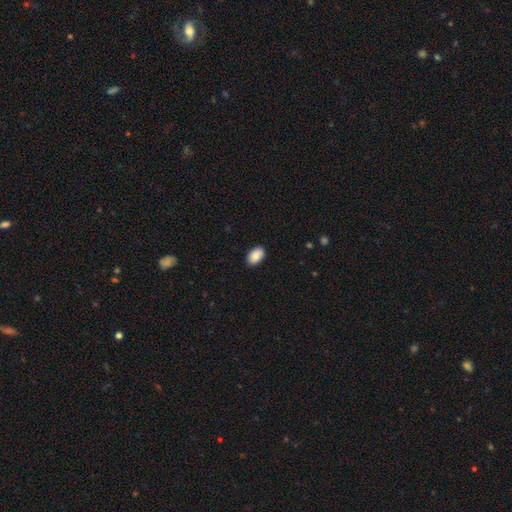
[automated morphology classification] Smooth or featured: smooth — 85% (featured or disk — 8%)
How rounded: in between — 91% (round — 8%)
Merging: none — 87% (minor disturbance — 10%)